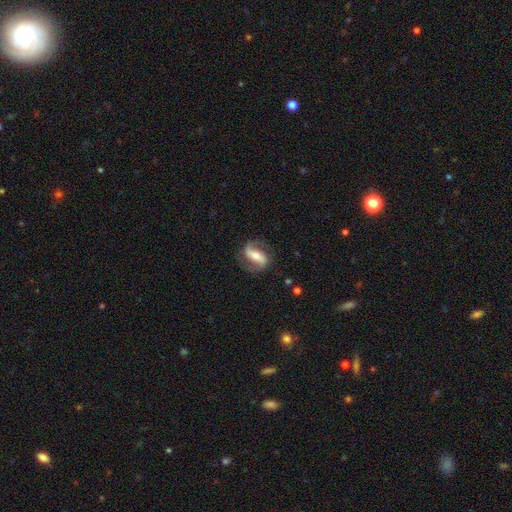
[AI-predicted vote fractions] smooth_or_featured: featured or disk (p=0.82) [alt: smooth p=0.13]
disk_edge_on: no (p=0.95) [alt: yes p=0.05]
bar: strong (p=0.57) [alt: weak p=0.26]
has_spiral_arms: yes (p=0.93) [alt: no p=0.07]
spiral_winding: medium (p=0.48) [alt: loose p=0.30]
spiral_arm_count: 2 (p=0.91) [alt: can't tell p=0.03]
bulge_size: moderate (p=0.54) [alt: small p=0.33]
merging: none (p=0.79) [alt: minor disturbance p=0.13]